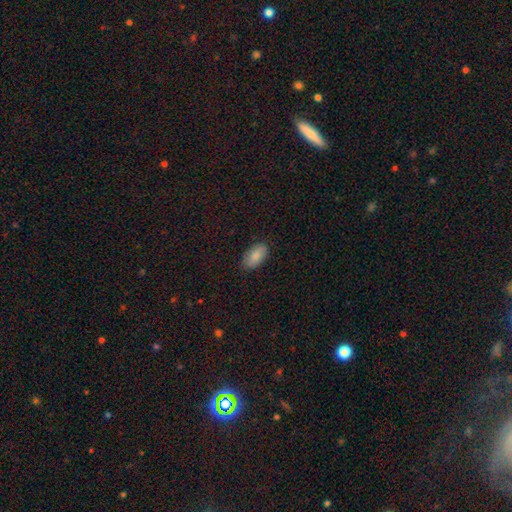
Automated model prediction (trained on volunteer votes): Q: Smooth or featured?
A: smooth (88%); runner-up: star or artifact (6%)
Q: How rounded?
A: in between (94%); runner-up: cigar-shaped (3%)
Q: Merging?
A: none (86%); runner-up: minor disturbance (11%)